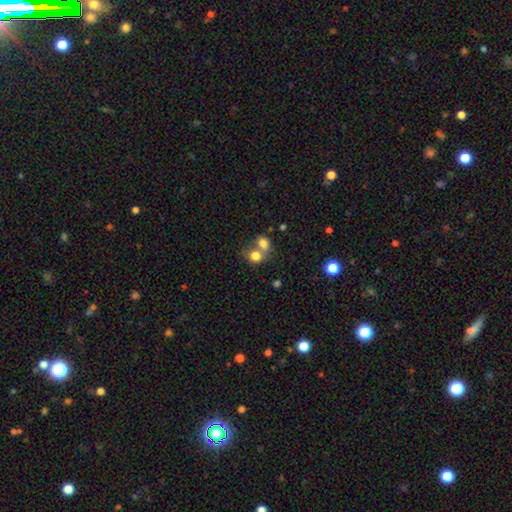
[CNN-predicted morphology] This is likely a smooth galaxy (78%). How rounded: likely round (60%). Merging: possibly merger (59%).